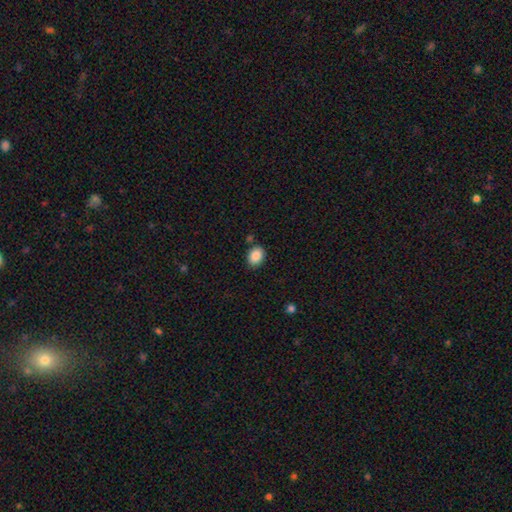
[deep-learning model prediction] This is clearly a smooth galaxy (88%). How rounded: likely in between (70%). Merging: clearly none (82%).